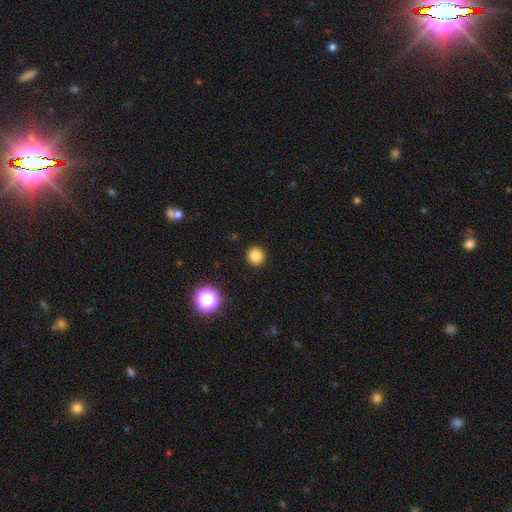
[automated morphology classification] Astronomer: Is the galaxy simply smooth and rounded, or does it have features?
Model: smooth — 83%.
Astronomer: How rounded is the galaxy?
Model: round — 90%.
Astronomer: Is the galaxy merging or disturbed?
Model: none — 92%.